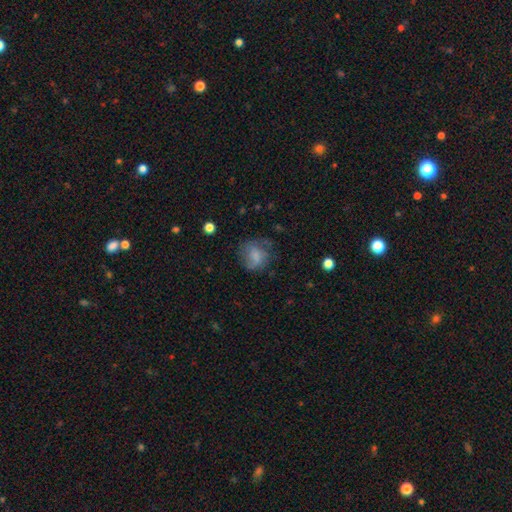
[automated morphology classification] Overall: smooth (65%). How rounded: round (61%; in between 38%). Merging: none (50%; minor disturbance 26%).